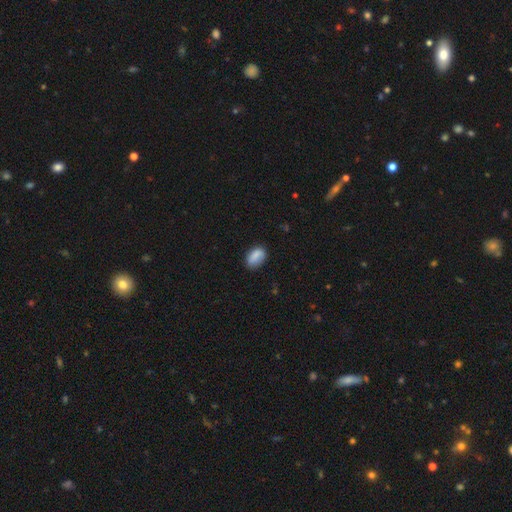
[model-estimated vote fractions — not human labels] Smooth or featured? Predicted: smooth (p=0.84). How rounded? Predicted: in between (p=0.89). Merging? Predicted: none (p=0.72).